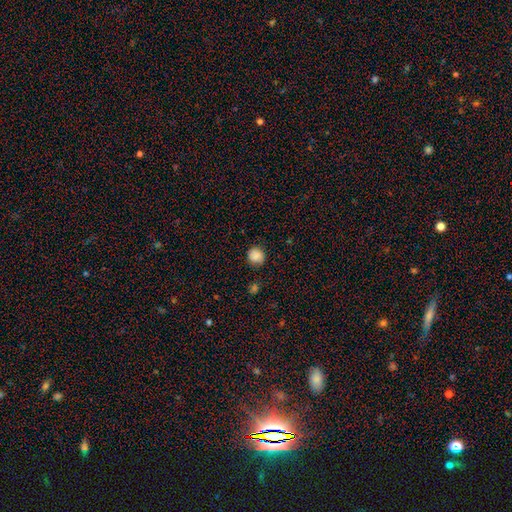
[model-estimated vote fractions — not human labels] smooth_or_featured: smooth (p=0.85) [alt: star or artifact p=0.09]
how_rounded: round (p=0.88) [alt: in between p=0.12]
merging: none (p=0.80) [alt: minor disturbance p=0.14]